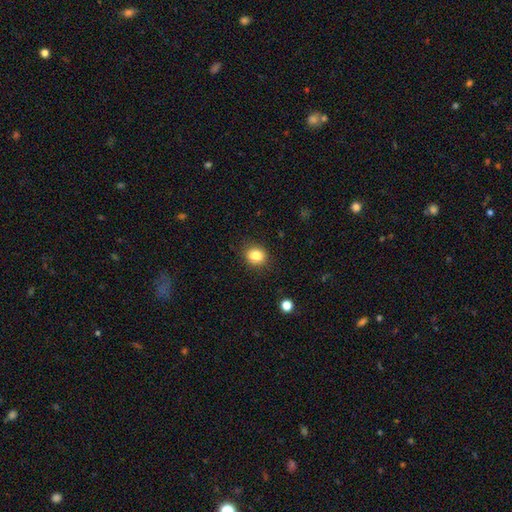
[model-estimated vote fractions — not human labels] This is clearly a smooth galaxy (83%). How rounded: likely round (76%). Merging: clearly none (88%).